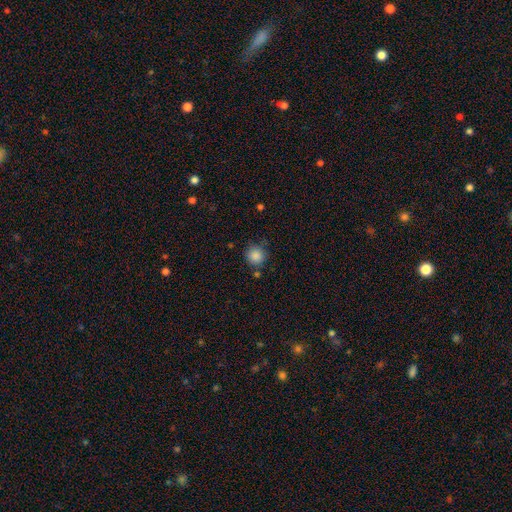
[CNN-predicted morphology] Smooth or featured?
  - smooth: 87% *
  - star or artifact: 9%
  - featured or disk: 4%
How rounded?
  - round: 93% *
  - in between: 6%
  - cigar-shaped: 1%
Merging?
  - none: 78% *
  - minor disturbance: 13%
  - merger: 6%
  - major disturbance: 3%